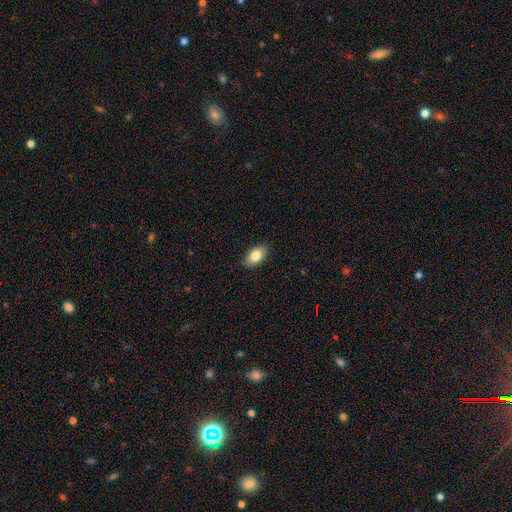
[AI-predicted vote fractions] Smooth or featured? smooth (83%)
How rounded? in between (91%)
Merging? none (88%)